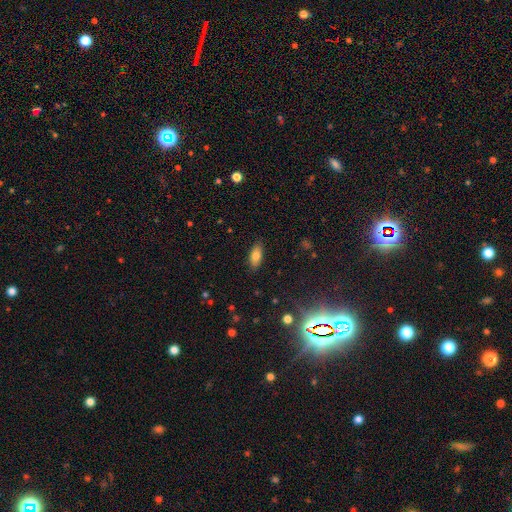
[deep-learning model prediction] This is likely a smooth galaxy (78%). How rounded: clearly in between (84%). Merging: clearly none (87%).